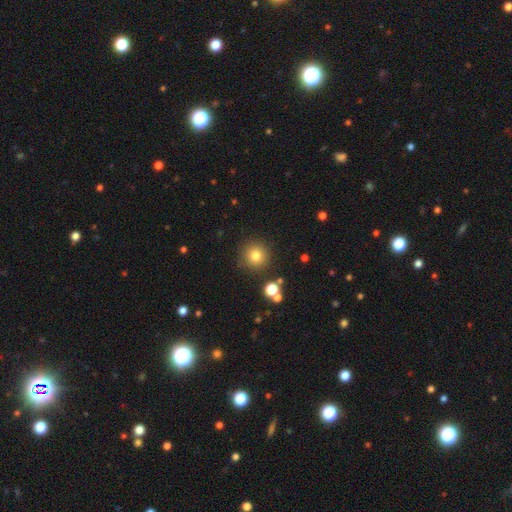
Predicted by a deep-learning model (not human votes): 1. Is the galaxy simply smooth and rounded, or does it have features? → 79% smooth, 13% star or artifact, 7% featured or disk.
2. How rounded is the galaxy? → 95% round, 4% in between, 1% cigar-shaped.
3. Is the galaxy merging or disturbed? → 86% none, 7% minor disturbance, 4% merger, 3% major disturbance.